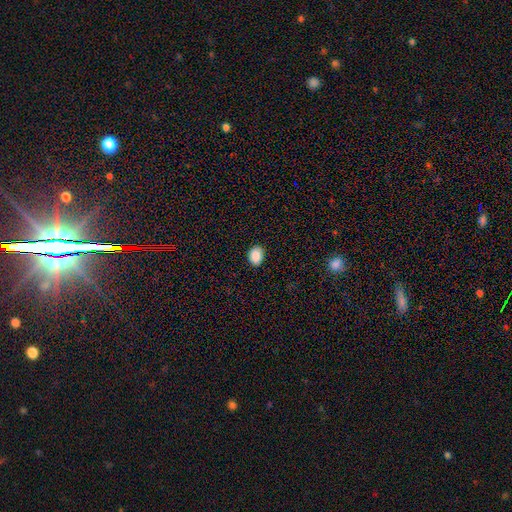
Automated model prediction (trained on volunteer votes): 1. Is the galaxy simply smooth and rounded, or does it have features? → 89% smooth, 8% star or artifact, 3% featured or disk.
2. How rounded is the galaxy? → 72% in between, 27% round, 1% cigar-shaped.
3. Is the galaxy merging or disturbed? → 88% none, 9% minor disturbance, 2% major disturbance, 1% merger.